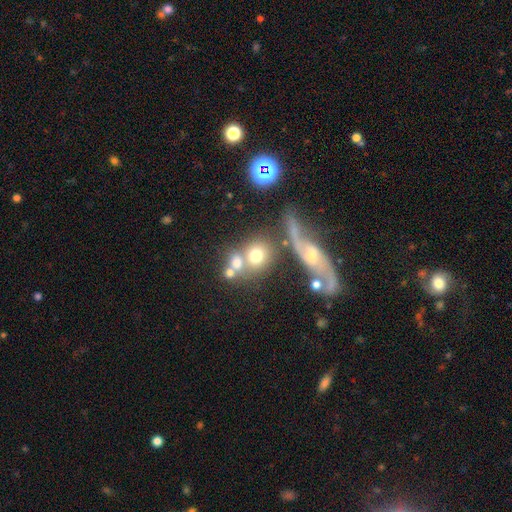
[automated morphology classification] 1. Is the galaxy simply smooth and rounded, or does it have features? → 63% smooth, 25% featured or disk, 12% star or artifact.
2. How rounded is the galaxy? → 68% round, 27% in between, 4% cigar-shaped.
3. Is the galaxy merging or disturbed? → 40% none (tied), 40% merger (tied), 11% minor disturbance, 8% major disturbance.